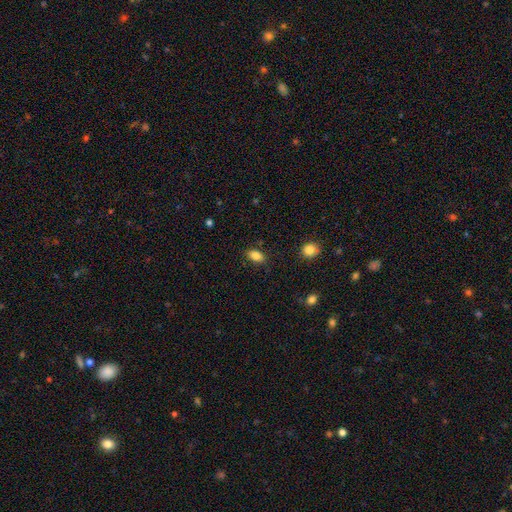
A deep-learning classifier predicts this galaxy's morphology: type=smooth (85%); roundness=in between (88%); merging=none (85%).